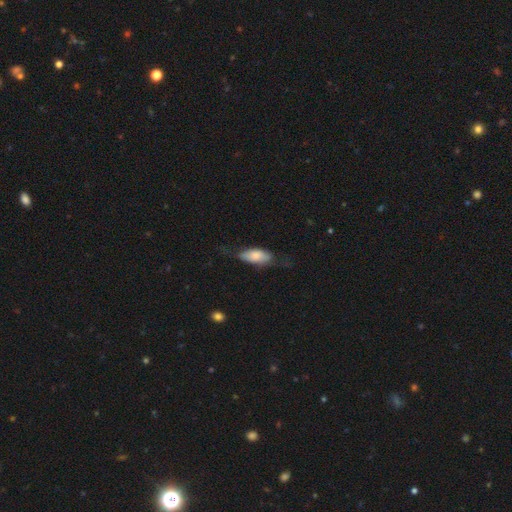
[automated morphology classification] Smooth or featured: smooth — 72% (featured or disk — 22%)
How rounded: in between — 81% (cigar-shaped — 17%)
Merging: none — 52% (minor disturbance — 30%)